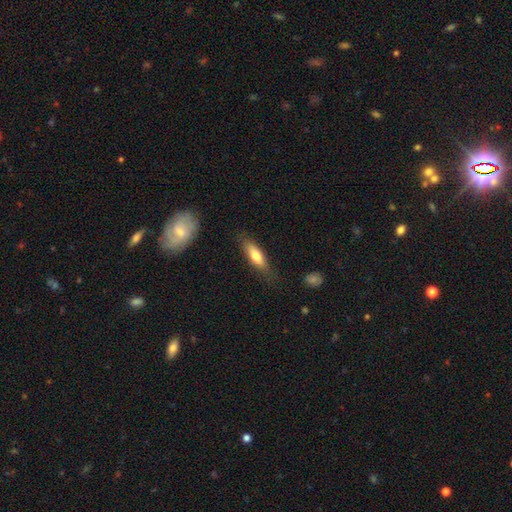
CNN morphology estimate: This appears to be a smooth galaxy with no disk features (71%) that is cigar-shaped (50%). Merging: none (76%).